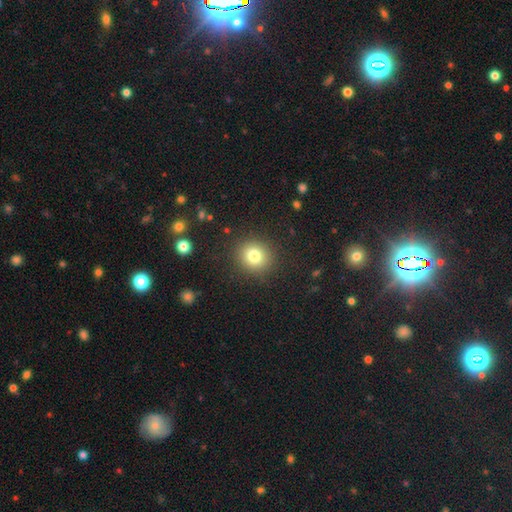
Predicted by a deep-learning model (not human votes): A smooth galaxy with no disk features (51%) that is round (92%).

Vote fractions:
- Smooth or featured? smooth: 51% / star or artifact: 43% / featured or disk: 6%
- How rounded? round: 92% / in between: 7% / cigar-shaped: 1%
- Merging? none: 90% / minor disturbance: 5% / major disturbance: 2% / merger: 2%